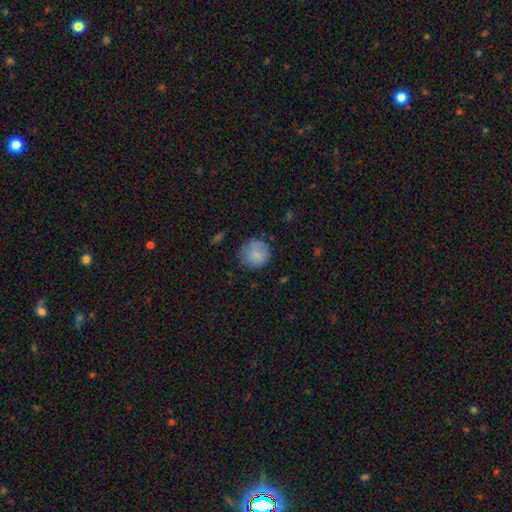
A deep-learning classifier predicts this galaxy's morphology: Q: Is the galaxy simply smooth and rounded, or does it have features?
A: smooth — 82%.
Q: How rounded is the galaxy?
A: round — 90%.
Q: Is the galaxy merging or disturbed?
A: none — 76%.